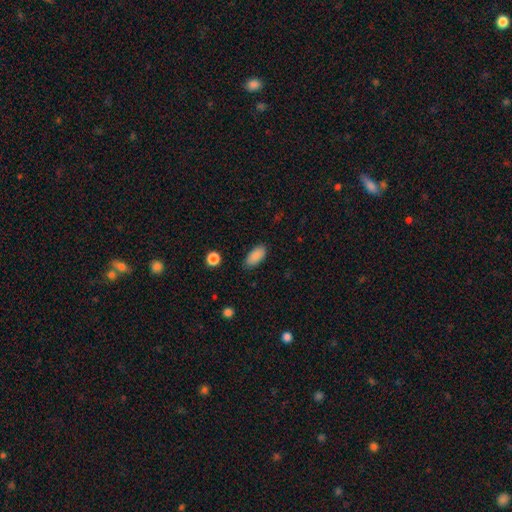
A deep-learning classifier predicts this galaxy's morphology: This appears to be a smooth galaxy with no disk features (89%) that is in between round and cigar-shaped (92%). Merging: none (85%).